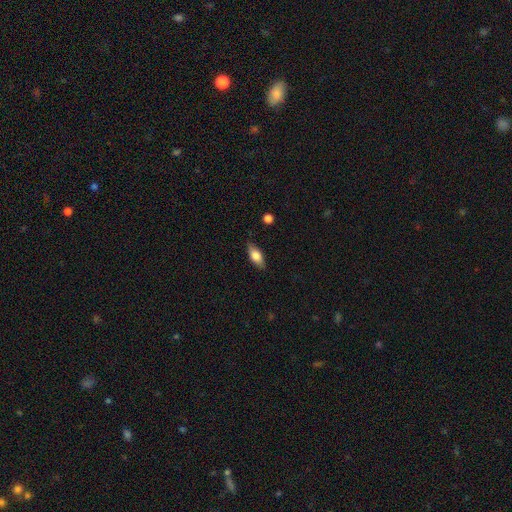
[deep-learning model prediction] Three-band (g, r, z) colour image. It shows a smooth galaxy with no disk features (69%) that is in between round and cigar-shaped (79%). Merging: none (82%).